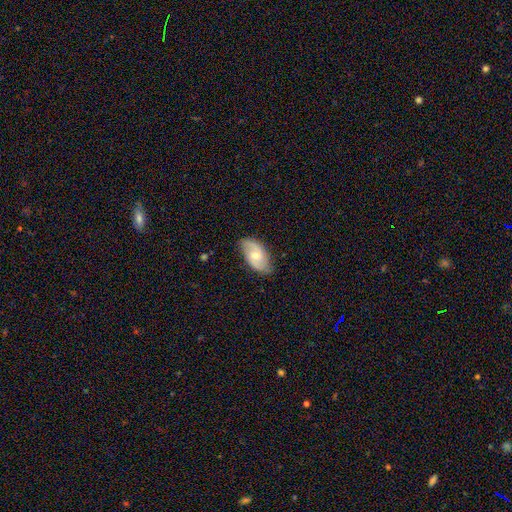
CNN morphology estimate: A featured or disk galaxy (64%) with no bar (55%), 2 (85%) medium (46%) spiral arms (89%) and a moderate central bulge (51%). Merging: none (79%).